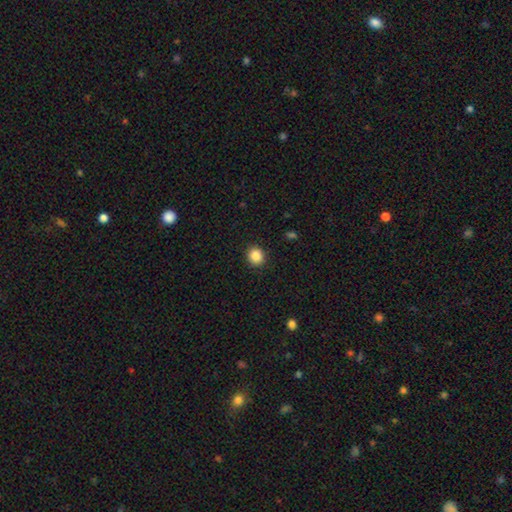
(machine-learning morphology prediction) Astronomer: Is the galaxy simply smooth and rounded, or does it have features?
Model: smooth — 87%.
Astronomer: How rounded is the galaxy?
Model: round — 87%.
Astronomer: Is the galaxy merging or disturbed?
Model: none — 91%.